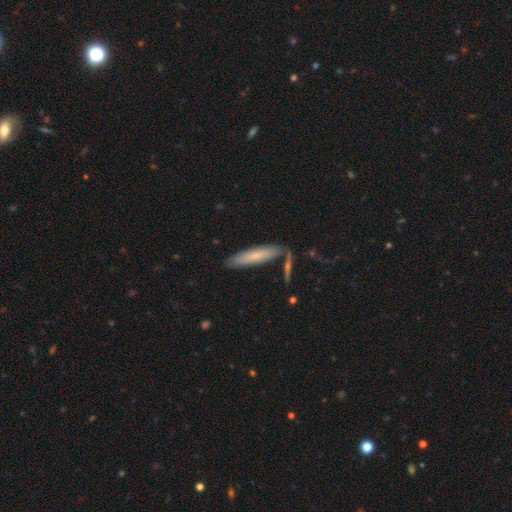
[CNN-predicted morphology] The model was most divided on "smooth or featured": smooth: 63%, featured or disk: 31%, star or artifact: 6%. More confident: how rounded — cigar-shaped (83%); merging — none (78%).